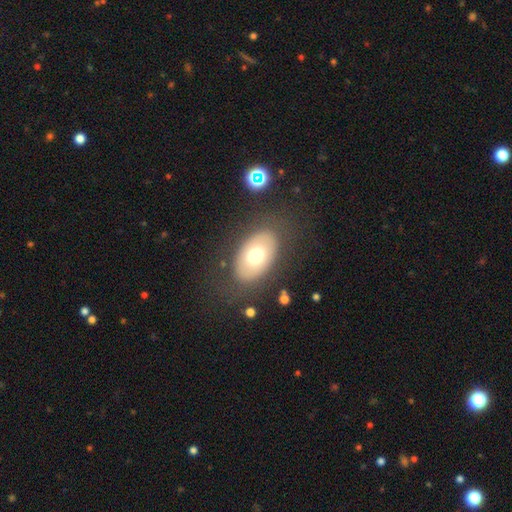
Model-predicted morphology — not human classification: Q: Smooth or featured?
A: smooth (63%); runner-up: featured or disk (29%)
Q: How rounded?
A: in between (89%); runner-up: round (10%)
Q: Merging?
A: none (80%); runner-up: minor disturbance (11%)